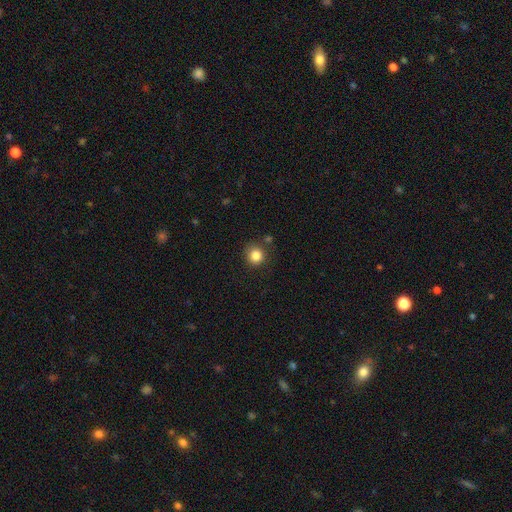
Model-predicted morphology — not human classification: Smooth or featured? smooth (84%)
How rounded? round (91%)
Merging? none (82%)